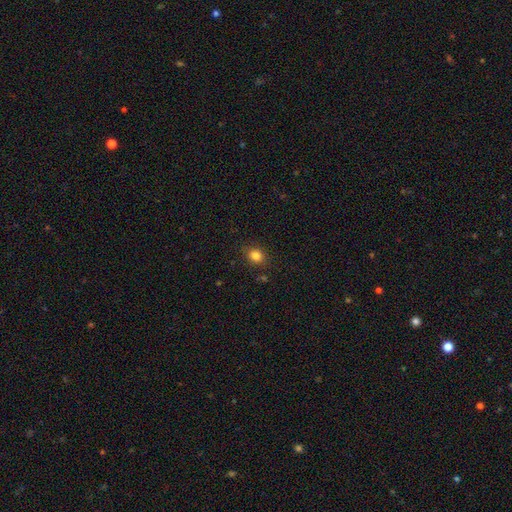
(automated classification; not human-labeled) Morphology: type=smooth (83%); roundness=round (54%); merging=none (85%).